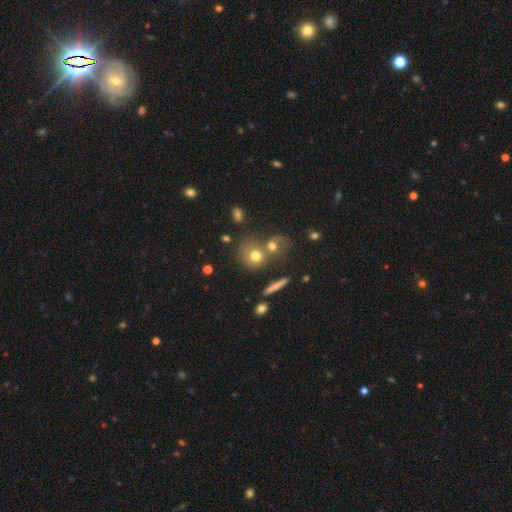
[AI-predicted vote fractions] Morphology: type=smooth (68%); roundness=round (74%); merging=none (44%).